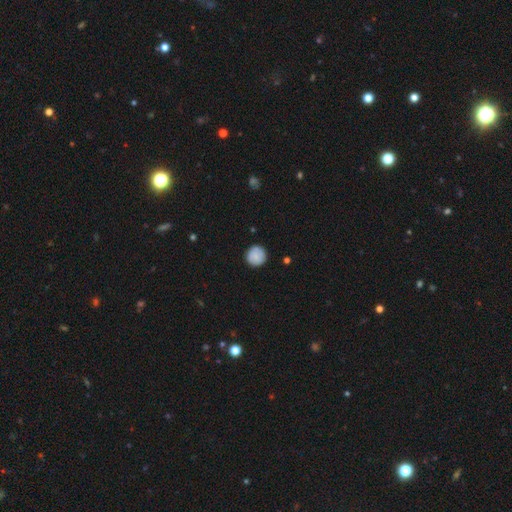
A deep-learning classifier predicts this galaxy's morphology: type=smooth (78%); roundness=round (93%); merging=none (86%).